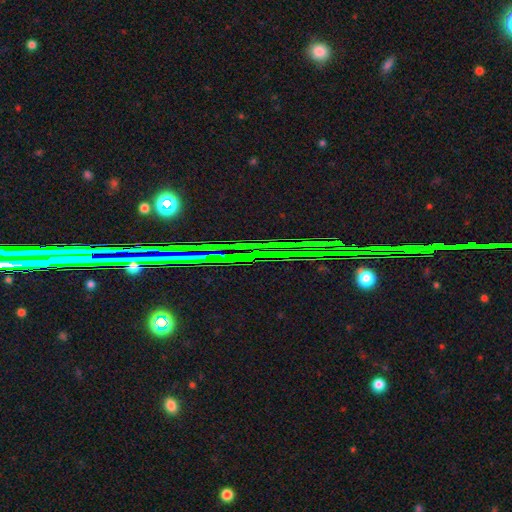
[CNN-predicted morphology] Q: Smooth or featured?
A: star or artifact (83%); runner-up: featured or disk (10%)